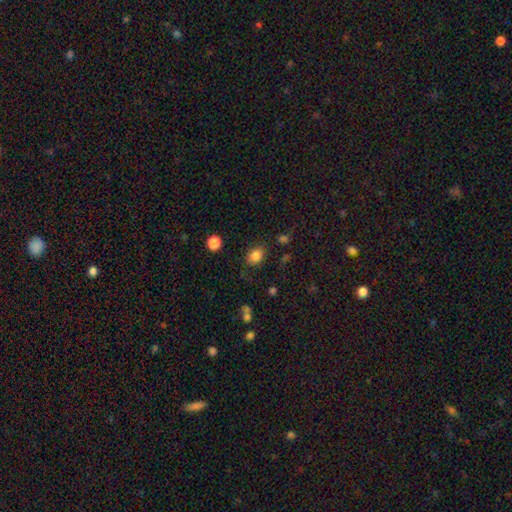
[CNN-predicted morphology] smooth 84%, star or artifact 10%, featured or disk 6%. Down the decision tree: how rounded — in between (64%); merging — none (79%).